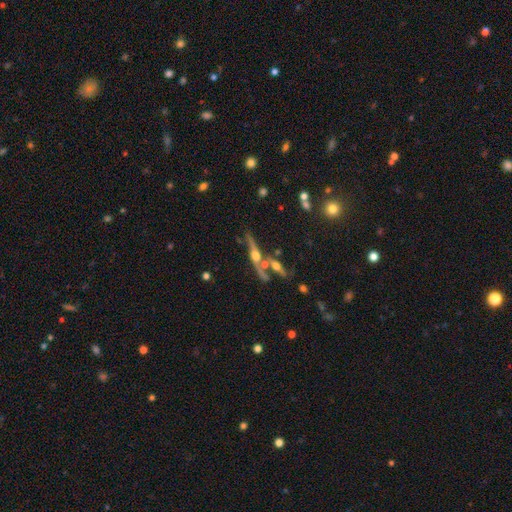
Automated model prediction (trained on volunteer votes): The model was most divided on "merging": none: 47%, merger: 33%, minor disturbance: 13%, major disturbance: 7%. More confident: edge-on bulge — rounded (93%); edge-on disk — yes (85%); smooth or featured — featured or disk (76%).